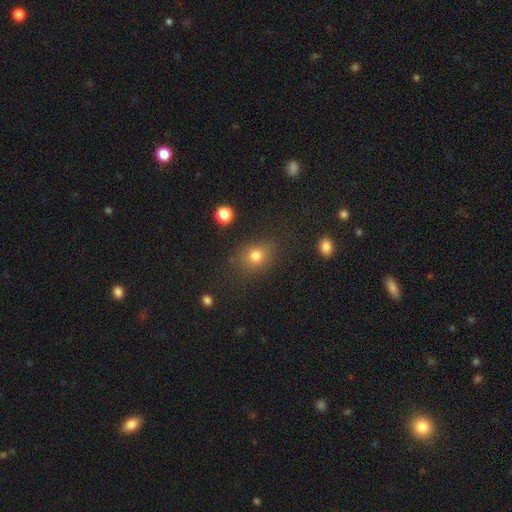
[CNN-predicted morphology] Smooth or featured: smooth — 78% (star or artifact — 14%)
How rounded: round — 53% (in between — 45%)
Merging: none — 79% (minor disturbance — 14%)